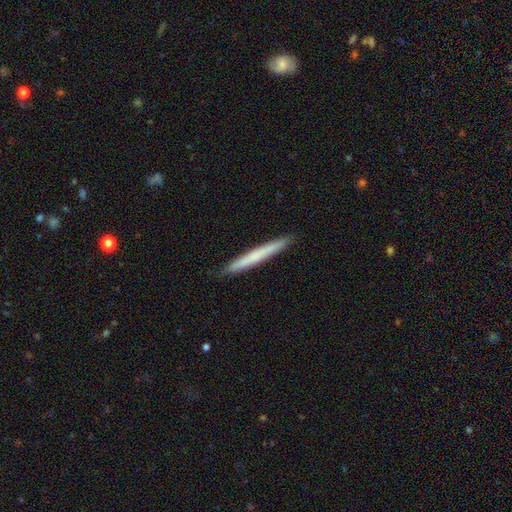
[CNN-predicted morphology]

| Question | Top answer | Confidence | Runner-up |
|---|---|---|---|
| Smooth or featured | smooth | 62% | featured or disk (32%) |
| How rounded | cigar-shaped | 97% | in between (2%) |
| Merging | none | 91% | minor disturbance (6%) |